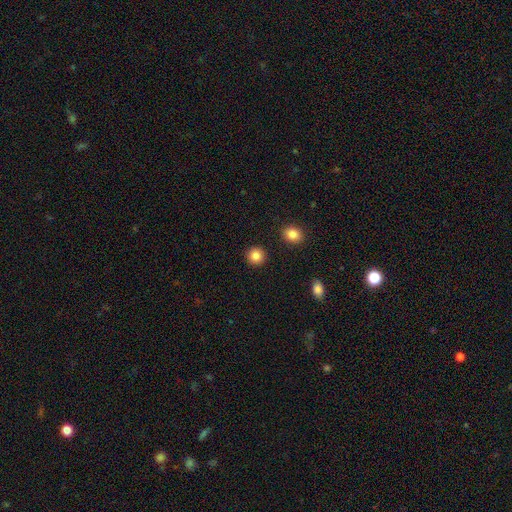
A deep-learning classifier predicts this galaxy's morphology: A smooth galaxy with no disk features (86%) that is round (93%).

Vote fractions:
- Smooth or featured? smooth: 86% / star or artifact: 10% / featured or disk: 4%
- How rounded? round: 93% / in between: 6% / cigar-shaped: 1%
- Merging? none: 92% / minor disturbance: 4% / merger: 2% / major disturbance: 2%